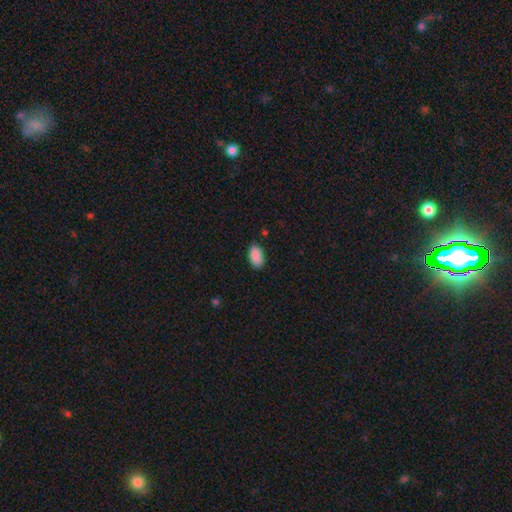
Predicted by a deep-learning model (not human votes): Smooth or featured: smooth — 90% (star or artifact — 7%)
How rounded: in between — 94% (round — 4%)
Merging: none — 84% (minor disturbance — 12%)